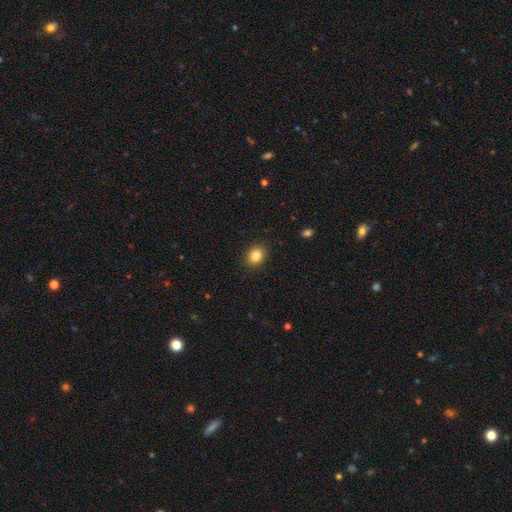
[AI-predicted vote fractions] Smooth or featured? Predicted: smooth (p=0.86). How rounded? Predicted: round (p=0.53). Merging? Predicted: none (p=0.89).